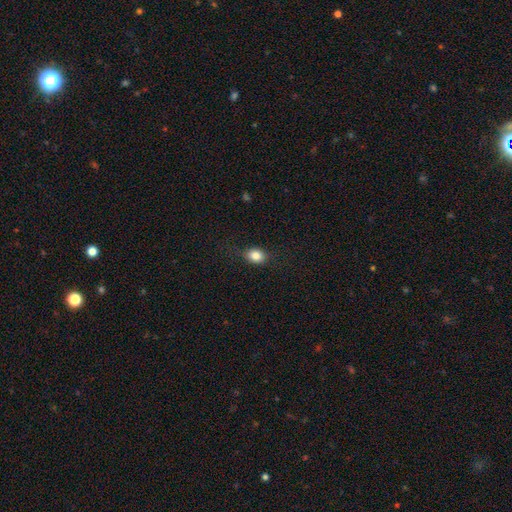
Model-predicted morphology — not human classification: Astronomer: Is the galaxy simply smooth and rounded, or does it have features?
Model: smooth — 83%.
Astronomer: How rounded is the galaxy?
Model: round — 50% (runner-up: in between, 48%).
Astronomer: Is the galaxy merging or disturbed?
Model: none — 79%.